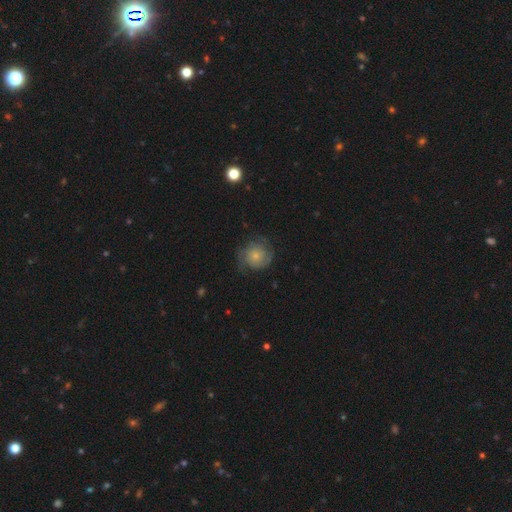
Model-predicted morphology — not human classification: Q: Smooth or featured?
A: featured or disk (53%); runner-up: smooth (40%)
Q: Edge-on disk?
A: no (97%); runner-up: yes (3%)
Q: Bar?
A: no (84%); runner-up: weak (14%)
Q: Spiral arms?
A: yes (83%); runner-up: no (17%)
Q: Bulge size?
A: small (69%); runner-up: moderate (21%)
Q: Merging?
A: none (66%); runner-up: minor disturbance (21%)